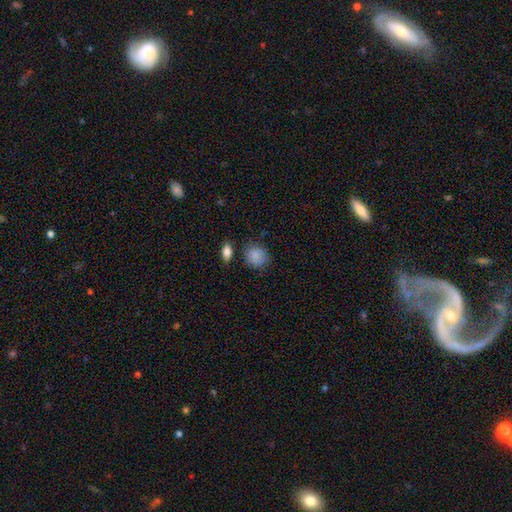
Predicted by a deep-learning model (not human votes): The model was most divided on "how rounded": round: 67%, in between: 32%, cigar-shaped: 1%. More confident: smooth or featured — smooth (86%); merging — none (70%).